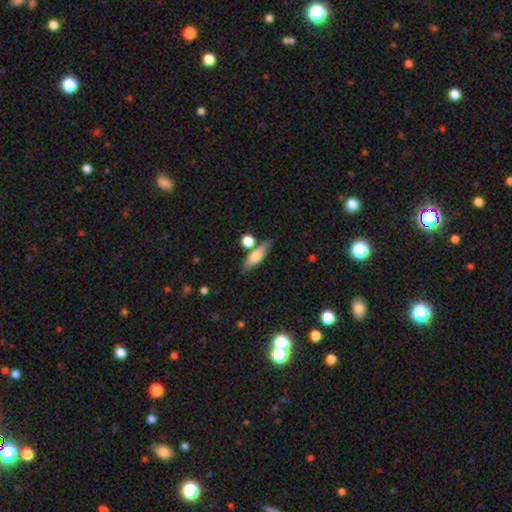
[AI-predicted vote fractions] Overall: smooth (61%; featured or disk 32%). How rounded: cigar-shaped (59%; in between 36%). Merging: none (74%).